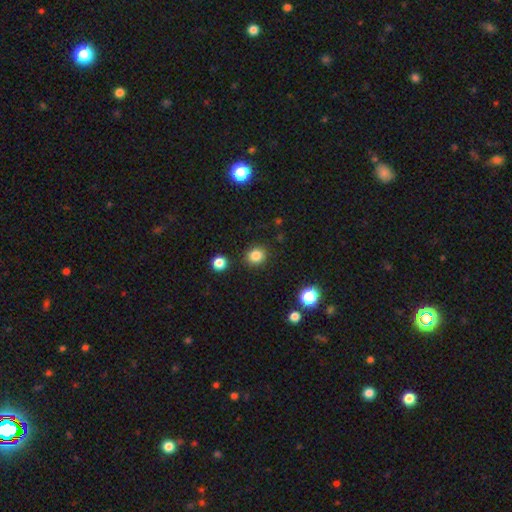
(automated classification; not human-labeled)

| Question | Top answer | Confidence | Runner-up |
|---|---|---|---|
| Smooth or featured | smooth | 83% | star or artifact (12%) |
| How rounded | round | 81% | in between (18%) |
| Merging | none | 87% | minor disturbance (7%) |